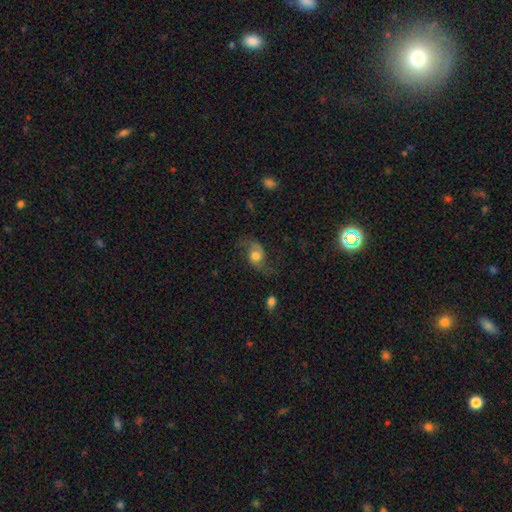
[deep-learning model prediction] This appears to be a featured or disk galaxy (61%) with no bar (71%), 2 (90%) loose (78%) spiral arms (89%) and a moderate central bulge (60%). Merging: none (61%).